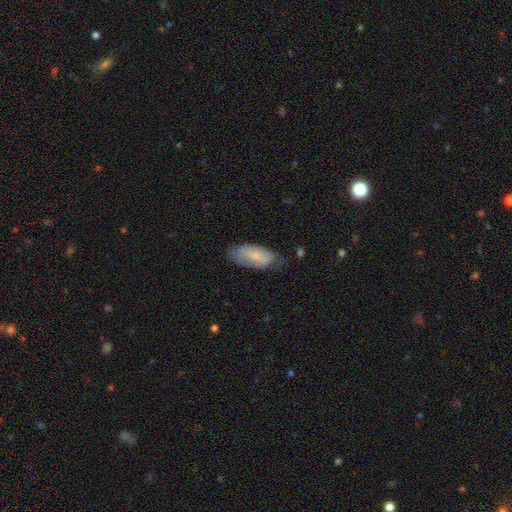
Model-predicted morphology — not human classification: Overall: smooth (63%; featured or disk 31%). How rounded: in between (86%). Merging: none (62%; minor disturbance 29%).